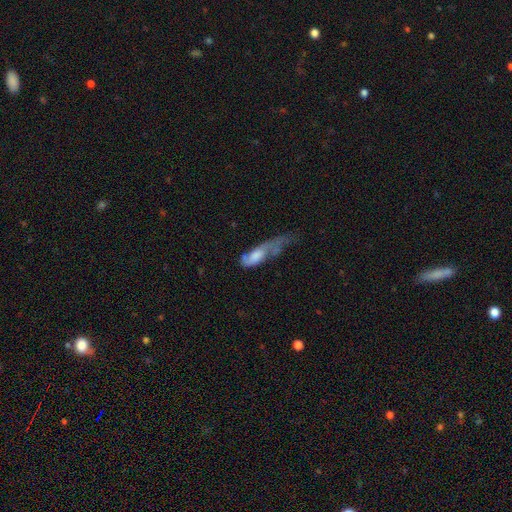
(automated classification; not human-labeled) smooth-or-featured: featured or disk: 48% | smooth: 45% | star or artifact: 8%
  merging: major disturbance: 48% | minor disturbance: 25% | none: 20% | merger: 7%